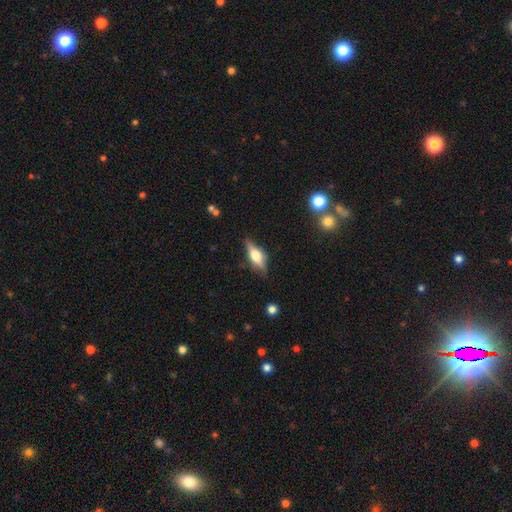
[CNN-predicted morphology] smooth_or_featured: featured or disk (p=0.58) [alt: smooth p=0.35]
disk_edge_on: yes (p=0.93) [alt: no p=0.07]
edge_on_bulge: rounded (p=0.89) [alt: boxy p=0.09]
merging: none (p=0.79) [alt: minor disturbance p=0.15]